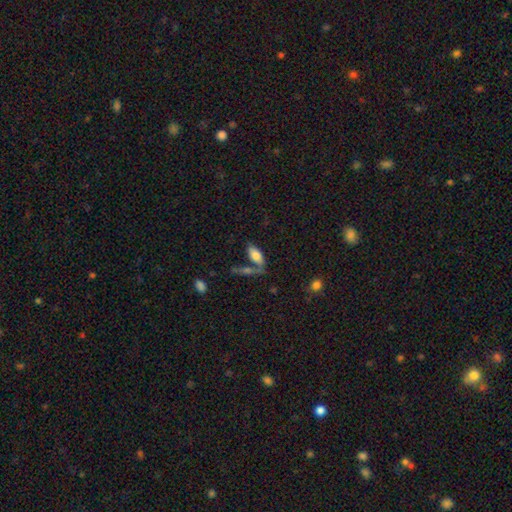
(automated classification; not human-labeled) This appears to be a smooth galaxy with no disk features (72%) that is in between round and cigar-shaped (81%). Merging: none (47%).